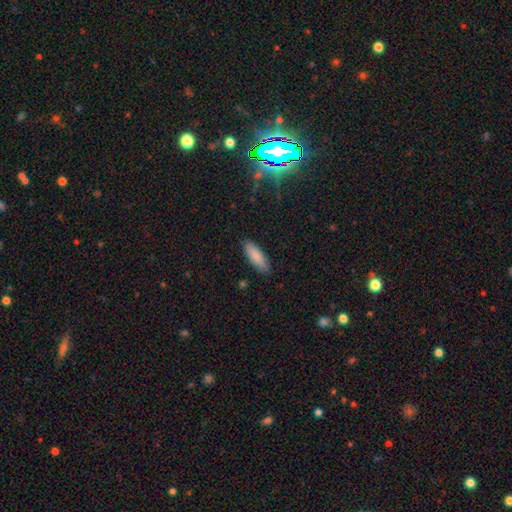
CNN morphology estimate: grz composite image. It shows a smooth galaxy with no disk features (86%) that is in between round and cigar-shaped (59%). Merging: none (87%).